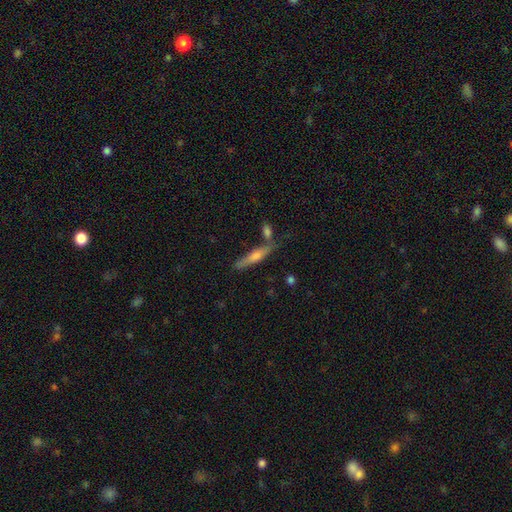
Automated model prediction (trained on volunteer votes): Overall: featured or disk (53%; smooth 40%). Edge-on disk: yes (93%). Merging: none (70%).